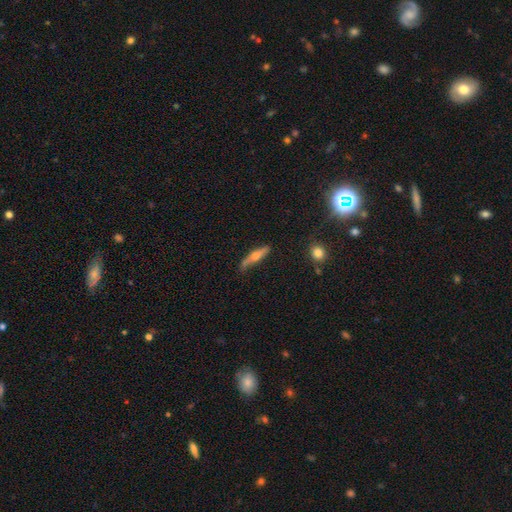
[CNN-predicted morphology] Overall: featured or disk (50%; smooth 43%). Merging: none (65%; minor disturbance 26%).